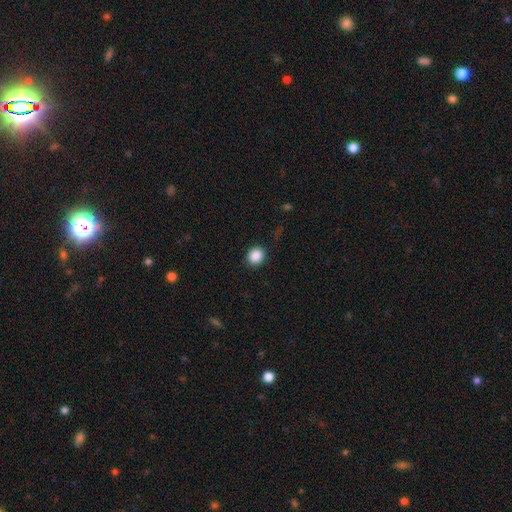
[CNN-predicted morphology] The model was most divided on "how rounded": round: 75%, in between: 24%, cigar-shaped: 1%. More confident: merging — none (89%); smooth or featured — smooth (88%).